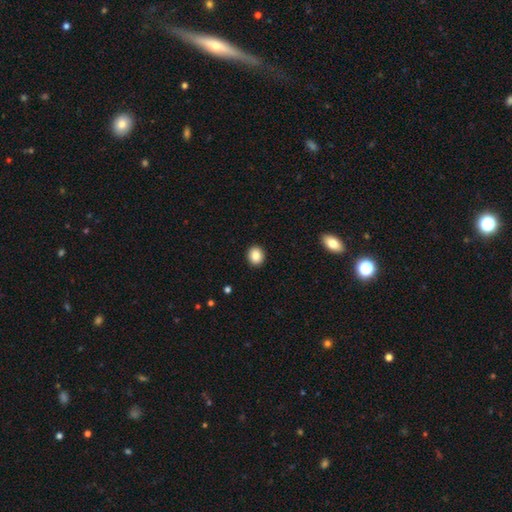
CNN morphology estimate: Smooth or featured? smooth (87%)
How rounded? round (70%)
Merging? none (92%)